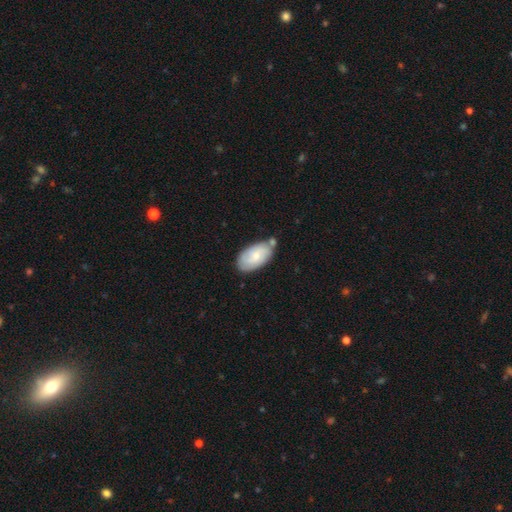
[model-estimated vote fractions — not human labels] A smooth galaxy with no disk features (57%) that is in between round and cigar-shaped (94%).

Vote fractions:
- Smooth or featured? smooth: 57% / featured or disk: 37% / star or artifact: 6%
- How rounded? in between: 94% / cigar-shaped: 3% / round: 3%
- Merging? none: 60% / minor disturbance: 21% / merger: 14% / major disturbance: 4%